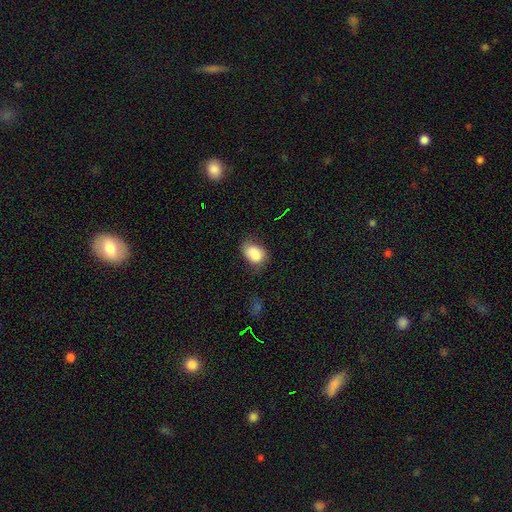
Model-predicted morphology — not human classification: This is clearly a smooth galaxy (81%). How rounded: likely in between (76%). Merging: possibly none (48%).